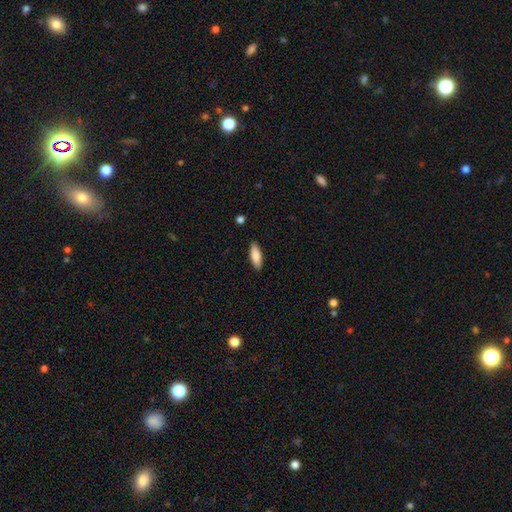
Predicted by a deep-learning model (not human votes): smooth_or_featured: smooth (p=0.86) [alt: featured or disk p=0.08]
how_rounded: in between (p=0.61) [alt: cigar-shaped p=0.37]
merging: none (p=0.89) [alt: minor disturbance p=0.08]